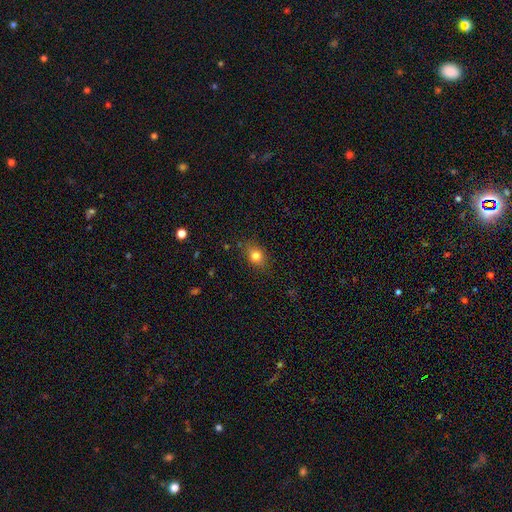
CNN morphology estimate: Smooth or featured: smooth — 80% (star or artifact — 11%)
How rounded: in between — 59% (round — 39%)
Merging: none — 82% (minor disturbance — 13%)